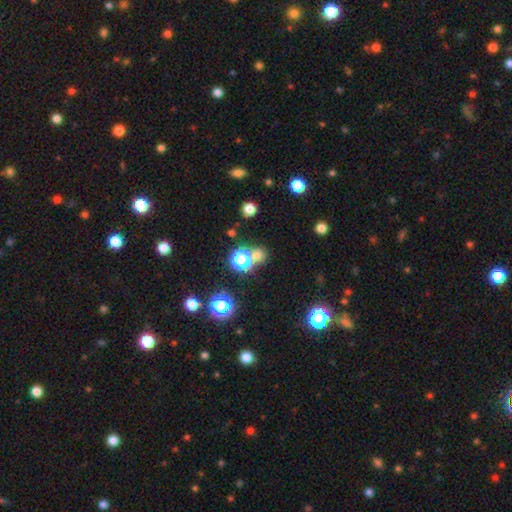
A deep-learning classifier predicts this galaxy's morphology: Smooth or featured: smooth — 58% (star or artifact — 34%)
How rounded: round — 83% (in between — 16%)
Merging: none — 61% (merger — 26%)